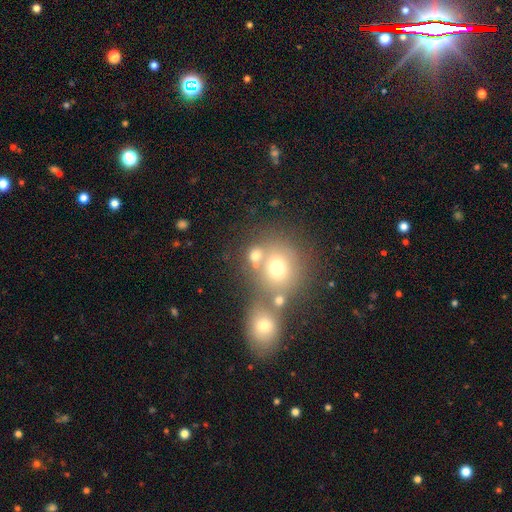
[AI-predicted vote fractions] Smooth or featured? smooth (69%)
How rounded? round (78%)
Merging? none (52%)